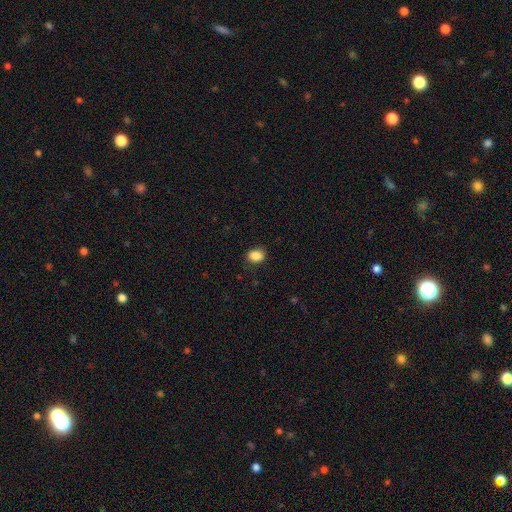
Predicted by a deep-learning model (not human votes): smooth_or_featured: smooth (p=0.88) [alt: star or artifact p=0.09]
how_rounded: in between (p=0.69) [alt: round p=0.30]
merging: none (p=0.86) [alt: minor disturbance p=0.11]